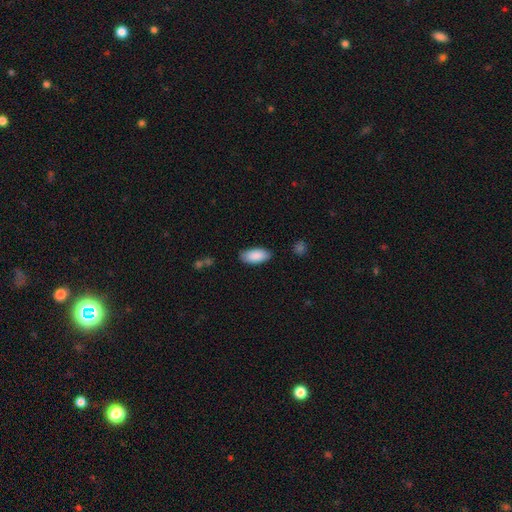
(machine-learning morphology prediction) Smooth or featured?
  - smooth: 90% *
  - star or artifact: 6%
  - featured or disk: 5%
How rounded?
  - in between: 92% *
  - cigar-shaped: 7%
  - round: 2%
Merging?
  - none: 85% *
  - minor disturbance: 11%
  - major disturbance: 2%
  - merger: 1%